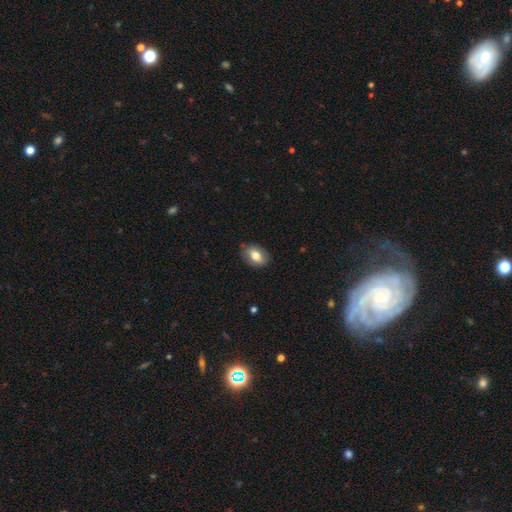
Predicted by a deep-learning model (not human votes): Q: Smooth or featured?
A: smooth (74%); runner-up: featured or disk (18%)
Q: How rounded?
A: in between (82%); runner-up: round (16%)
Q: Merging?
A: none (83%); runner-up: minor disturbance (13%)